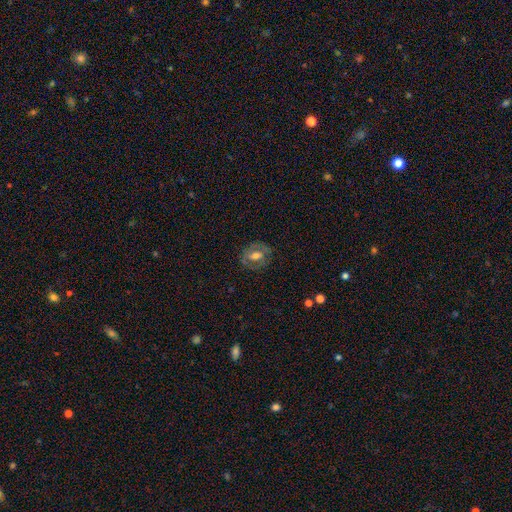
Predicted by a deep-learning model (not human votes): Smooth or featured?
  - featured or disk: 48% *
  - smooth: 44%
  - star or artifact: 8%
Merging?
  - none: 77% *
  - minor disturbance: 15%
  - major disturbance: 6%
  - merger: 1%